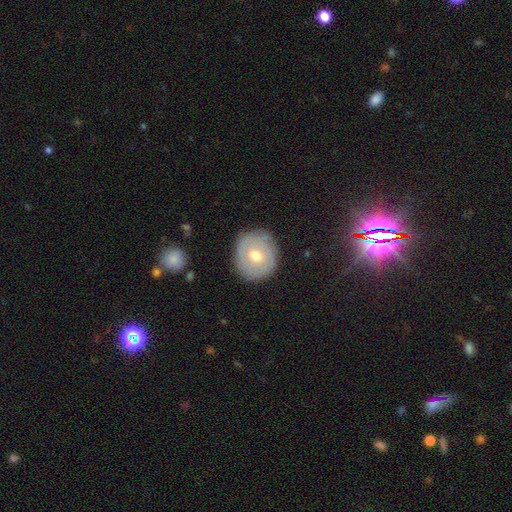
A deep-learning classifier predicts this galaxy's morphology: Smooth or featured? Predicted: featured or disk (p=0.46, tied with smooth). Merging? Predicted: none (p=0.81).